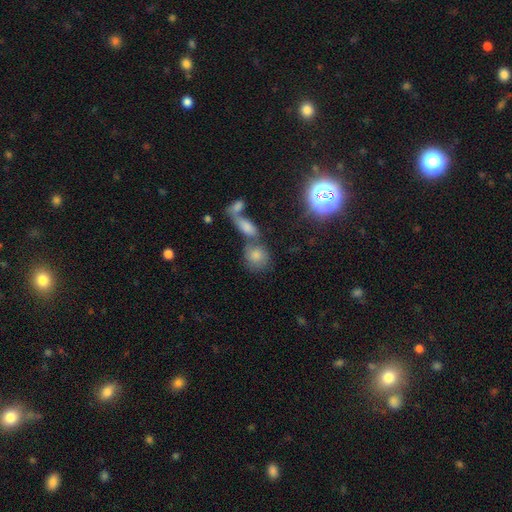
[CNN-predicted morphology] This appears to be a smooth galaxy with no disk features (75%) that is round (63%). Merging: none (46%).